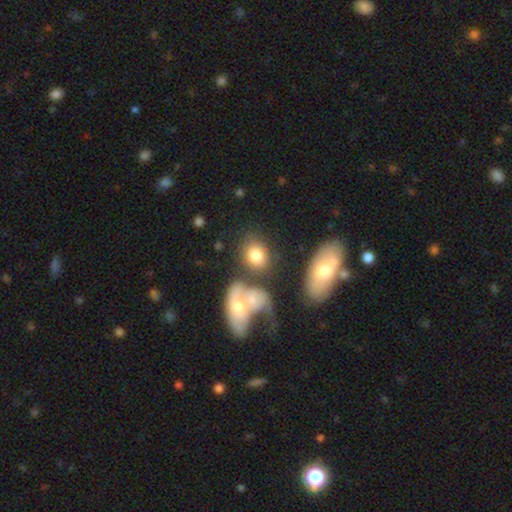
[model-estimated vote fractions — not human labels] smooth_or_featured: smooth (p=0.76) [alt: featured or disk p=0.15]
how_rounded: in between (p=0.54) [alt: round p=0.44]
merging: none (p=0.50) [alt: merger p=0.30]